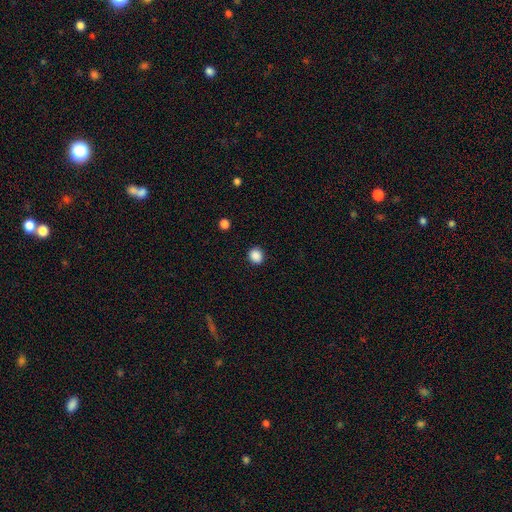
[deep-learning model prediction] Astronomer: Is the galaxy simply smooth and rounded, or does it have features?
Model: smooth — 88%.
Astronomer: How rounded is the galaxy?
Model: round — 82%.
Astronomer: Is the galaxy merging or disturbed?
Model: none — 91%.